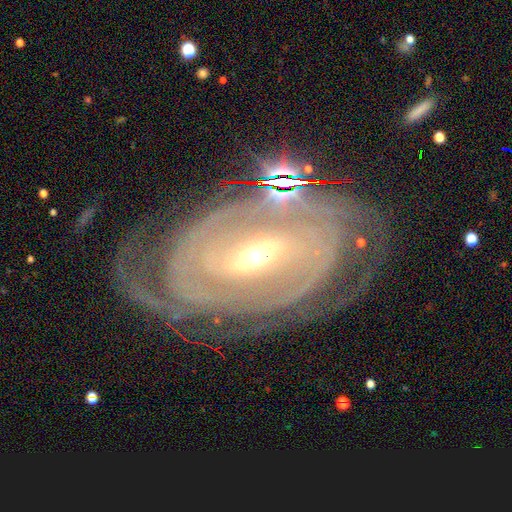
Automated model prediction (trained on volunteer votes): A featured or disk galaxy (89%) with a strong bar (40%), tight (71%) spiral arms (94%) and a moderate central bulge (52%).

Vote fractions:
- Smooth or featured? featured or disk: 89% / smooth: 6% / star or artifact: 5%
- Edge-on disk? no: 95% / yes: 5%
- Bar? strong: 40% / weak: 38% / no: 22%
- Spiral arms? yes: 94% / no: 6%
- Spiral winding? tight: 71% / medium: 22% / loose: 7%
- Spiral arm count? can't tell: 32% / 2: 28% / 3: 15% / 4: 10% / more than 4: 8% / 1: 7%
- Bulge size? moderate: 52% / small: 42% / large: 4% / dominant: 1% / none: 1%
- Merging? none: 68% / minor disturbance: 18% / major disturbance: 11% / merger: 3%